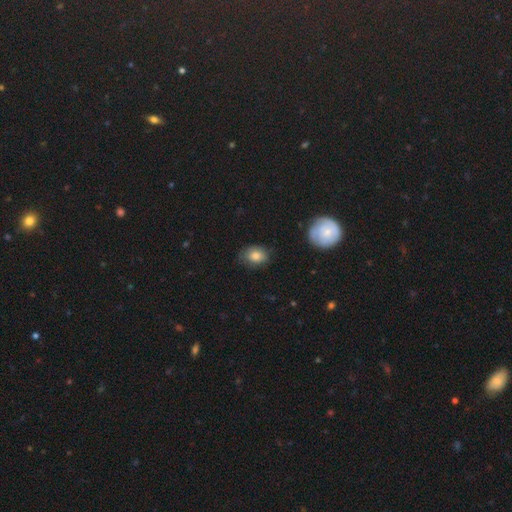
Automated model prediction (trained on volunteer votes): smooth 80%, featured or disk 11%, star or artifact 9%. Down the decision tree: how rounded — in between (66%); merging — none (71%).